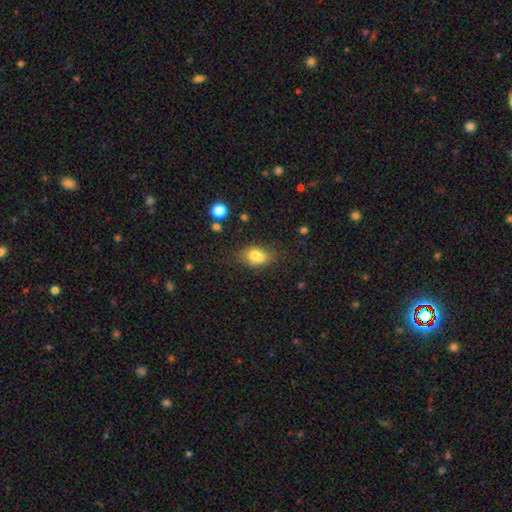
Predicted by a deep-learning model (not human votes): Q: Smooth or featured?
A: smooth (74%); runner-up: featured or disk (15%)
Q: How rounded?
A: in between (75%); runner-up: round (22%)
Q: Merging?
A: none (51%); runner-up: merger (24%)